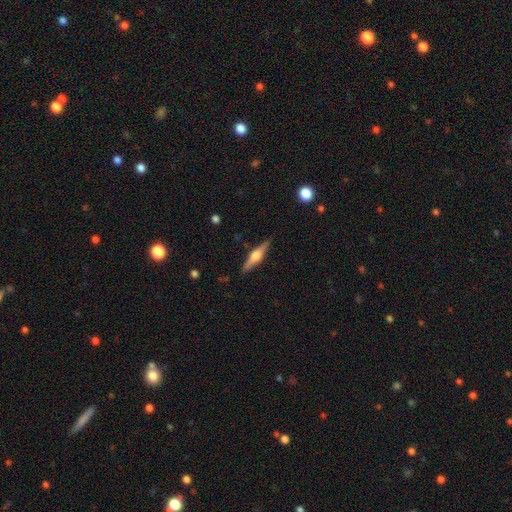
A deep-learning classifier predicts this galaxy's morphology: smooth_or_featured: featured or disk (p=0.71) [alt: smooth p=0.24]
disk_edge_on: yes (p=0.97) [alt: no p=0.03]
edge_on_bulge: rounded (p=0.89) [alt: boxy p=0.08]
merging: none (p=0.89) [alt: minor disturbance p=0.08]